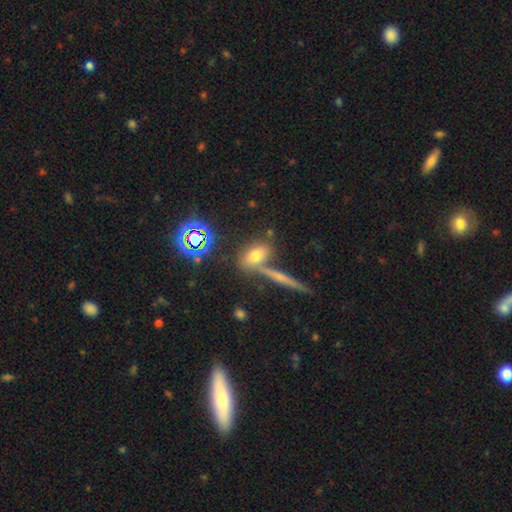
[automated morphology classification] smooth_or_featured: smooth (p=0.63) [alt: star or artifact p=0.20]
how_rounded: in between (p=0.75) [alt: round p=0.15]
merging: none (p=0.62) [alt: merger p=0.22]